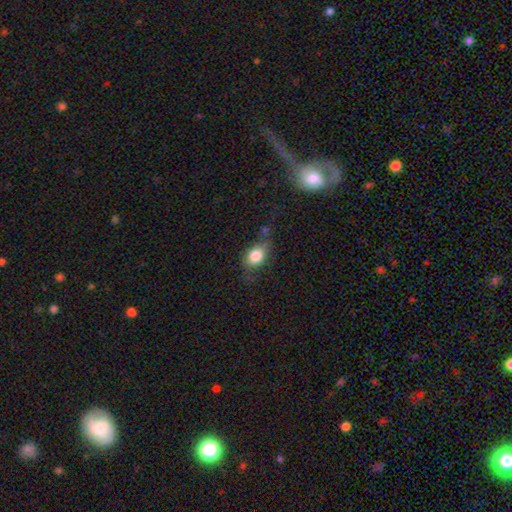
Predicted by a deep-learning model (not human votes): Q: Smooth or featured?
A: smooth (81%); runner-up: featured or disk (11%)
Q: How rounded?
A: in between (71%); runner-up: round (27%)
Q: Merging?
A: none (57%); runner-up: minor disturbance (26%)